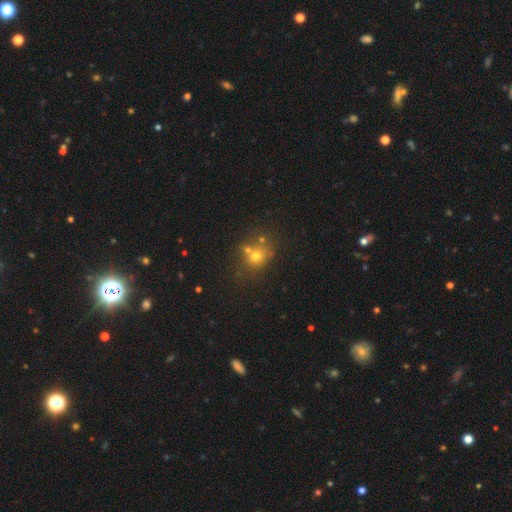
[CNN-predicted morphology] smooth 65%, star or artifact 19%, featured or disk 16%. Down the decision tree: how rounded — round (74%); merging — none (53%).